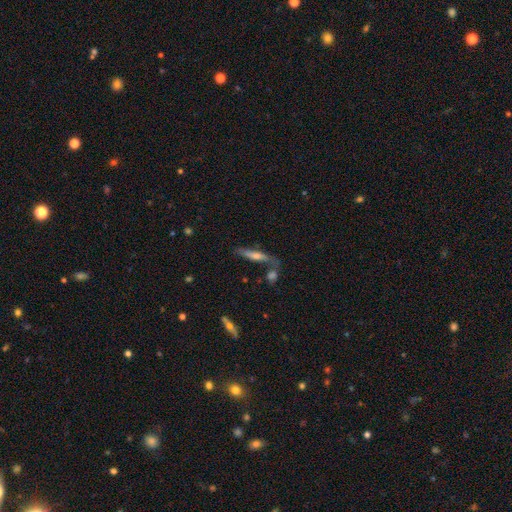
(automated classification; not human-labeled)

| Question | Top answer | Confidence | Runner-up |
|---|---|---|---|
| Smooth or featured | featured or disk | 59% | smooth (30%) |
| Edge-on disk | yes | 86% | no (14%) |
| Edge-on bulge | rounded | 75% | none (15%) |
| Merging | none | 60% | merger (18%) |